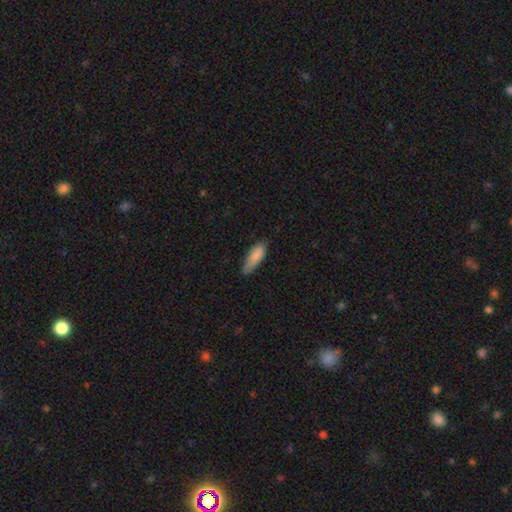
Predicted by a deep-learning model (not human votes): A smooth galaxy with no disk features (84%) that is in between round and cigar-shaped (58%). Merging: none (66%).